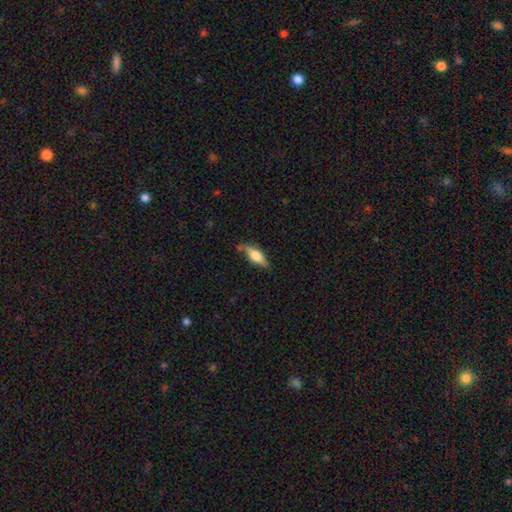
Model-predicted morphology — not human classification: This is possibly a smooth galaxy (58%). How rounded: likely in between (66%). Merging: likely none (66%).